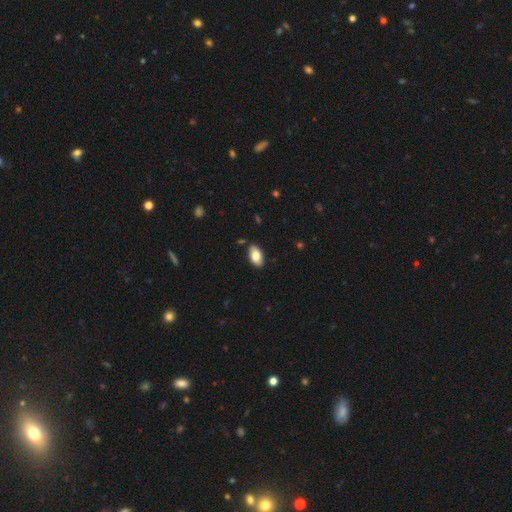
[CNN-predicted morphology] type=smooth (81%); roundness=in between (94%); merging=none (86%).